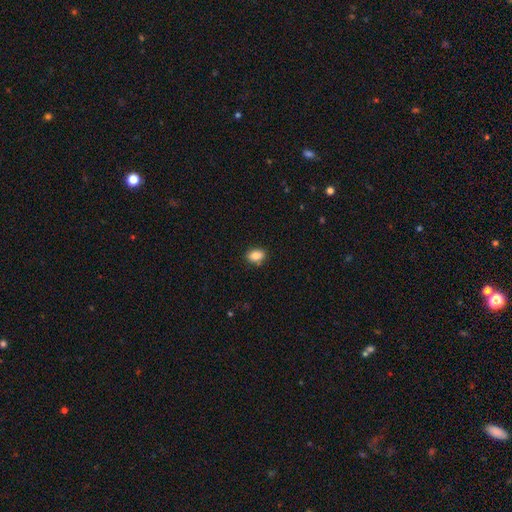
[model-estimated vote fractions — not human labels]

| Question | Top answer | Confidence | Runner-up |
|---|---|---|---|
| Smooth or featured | smooth | 87% | star or artifact (9%) |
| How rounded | in between | 76% | round (22%) |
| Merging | none | 85% | minor disturbance (10%) |